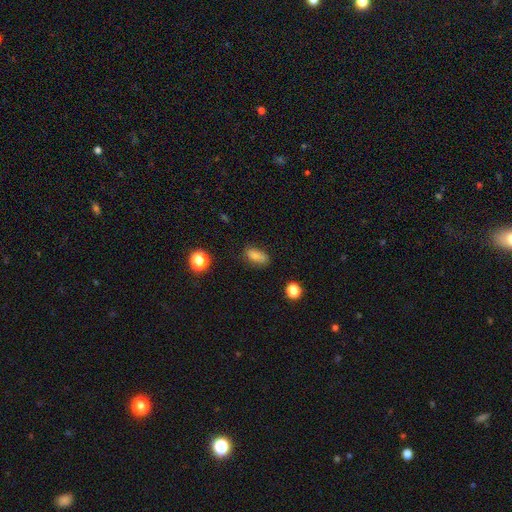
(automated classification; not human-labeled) Q: Smooth or featured?
A: smooth (78%); runner-up: star or artifact (12%)
Q: How rounded?
A: in between (83%); runner-up: cigar-shaped (10%)
Q: Merging?
A: none (70%); runner-up: minor disturbance (21%)